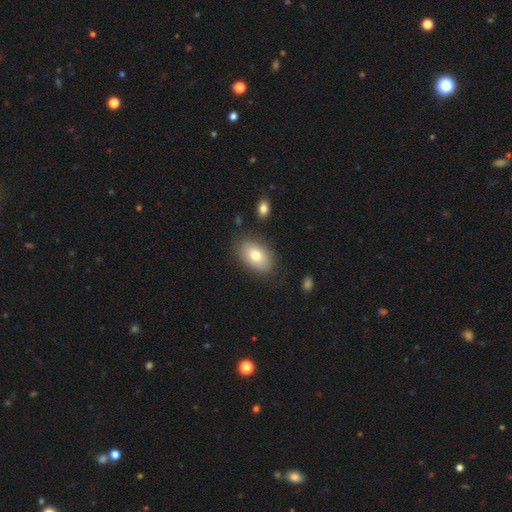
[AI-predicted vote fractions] This appears to be a smooth galaxy with no disk features (76%) that is in between round and cigar-shaped (90%). Merging: none (81%).